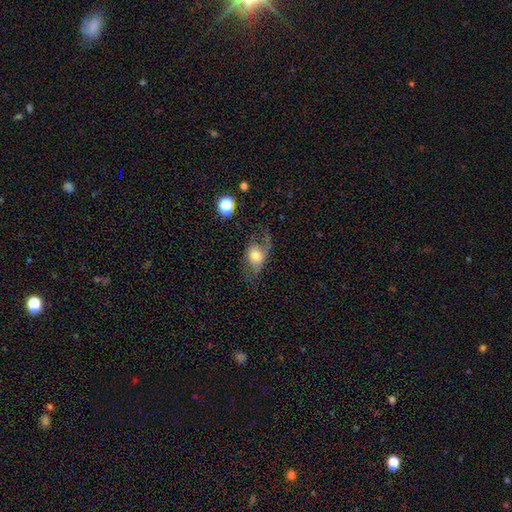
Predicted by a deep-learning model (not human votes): Overall: smooth (50%; featured or disk 41%). How rounded: in between (63%; round 35%). Merging: none (42%; major disturbance 31%).